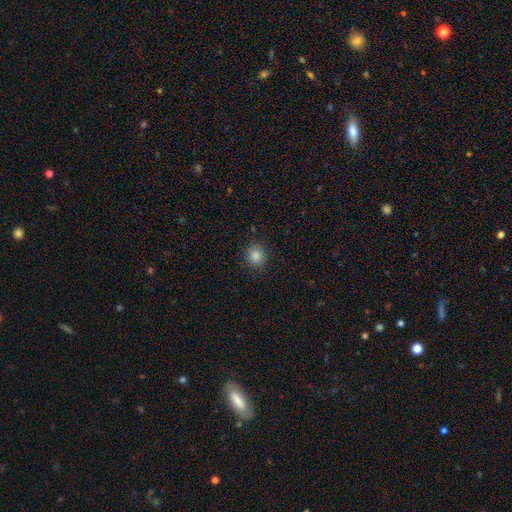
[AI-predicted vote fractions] smooth 84%, star or artifact 11%, featured or disk 5%. Down the decision tree: how rounded — round (87%); merging — none (89%).